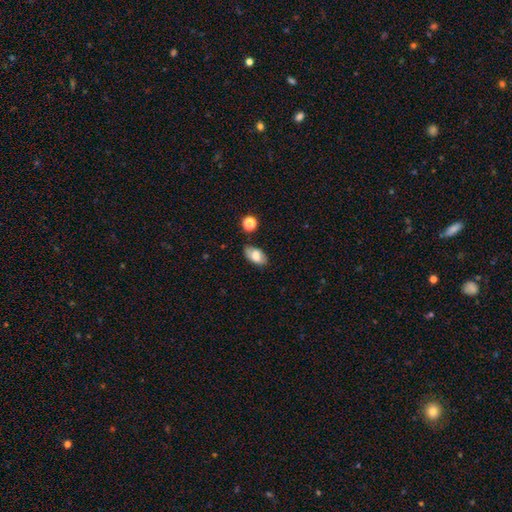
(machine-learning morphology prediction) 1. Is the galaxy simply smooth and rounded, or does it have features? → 69% smooth, 23% featured or disk, 8% star or artifact.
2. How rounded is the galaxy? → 92% in between, 6% round, 3% cigar-shaped.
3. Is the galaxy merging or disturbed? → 72% none, 20% minor disturbance, 4% major disturbance, 4% merger.